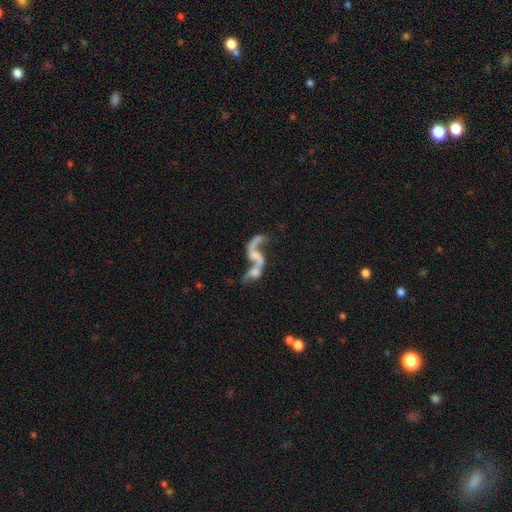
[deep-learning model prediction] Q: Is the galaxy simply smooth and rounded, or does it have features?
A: featured or disk — 77%.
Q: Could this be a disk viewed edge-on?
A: no — 96%.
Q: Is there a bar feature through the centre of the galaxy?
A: no — 57%.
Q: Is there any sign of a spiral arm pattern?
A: yes — 79%.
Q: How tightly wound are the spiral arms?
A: loose — 90%.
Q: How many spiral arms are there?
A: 2 — 79%.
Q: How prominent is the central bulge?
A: none — 46%.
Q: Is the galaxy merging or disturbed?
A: merger — 56%.